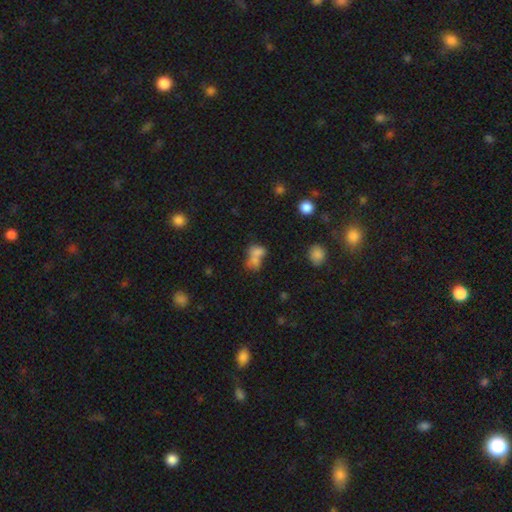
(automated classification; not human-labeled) smooth_or_featured: smooth (p=0.69) [alt: featured or disk p=0.17]
how_rounded: in between (p=0.70) [alt: round p=0.27]
merging: merger (p=0.60) [alt: none p=0.22]